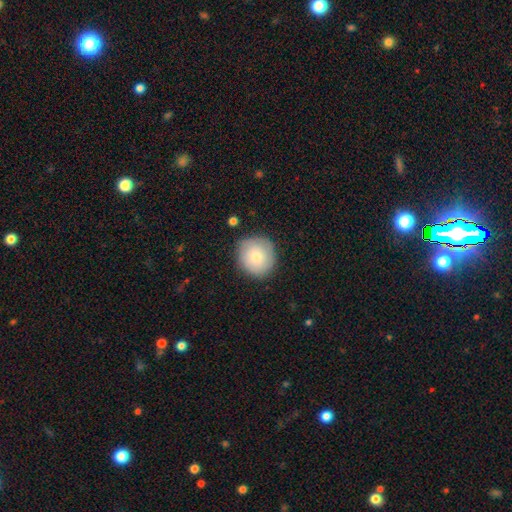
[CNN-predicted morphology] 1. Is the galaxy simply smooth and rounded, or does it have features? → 69% smooth, 23% featured or disk, 8% star or artifact.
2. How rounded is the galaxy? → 90% round, 9% in between, 1% cigar-shaped.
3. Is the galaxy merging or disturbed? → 82% none, 14% minor disturbance, 3% major disturbance, 1% merger.